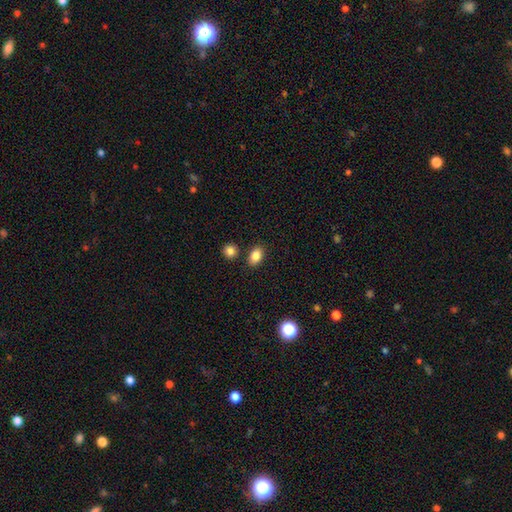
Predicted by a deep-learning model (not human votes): This appears to be a smooth galaxy with no disk features (85%) that is in between round and cigar-shaped (80%). Merging: none (81%).